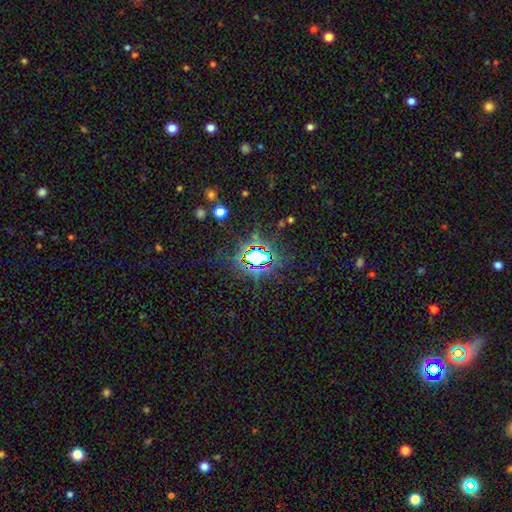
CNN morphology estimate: Smooth or featured?
  - star or artifact: 69% *
  - smooth: 20%
  - featured or disk: 11%